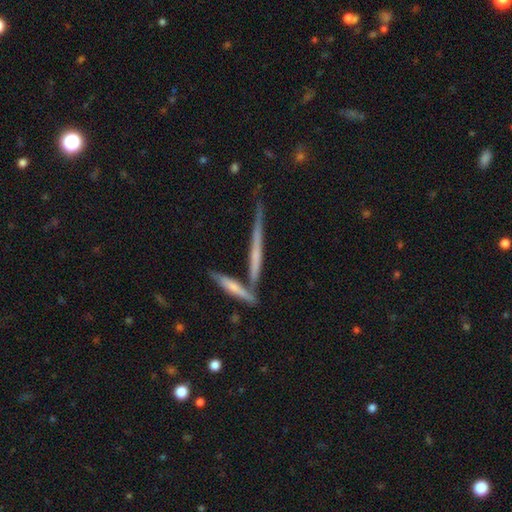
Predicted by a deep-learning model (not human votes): Smooth or featured: featured or disk — 60% (smooth — 32%)
Edge-on disk: yes — 95% (no — 5%)
Edge-on bulge: none — 68% (rounded — 23%)
Merging: none — 67% (merger — 17%)